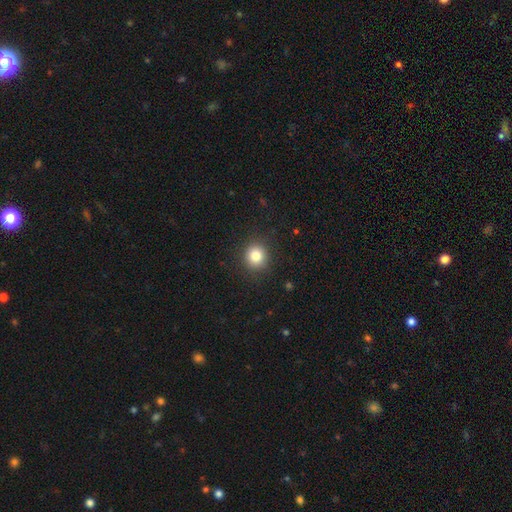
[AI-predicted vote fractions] A smooth galaxy with no disk features (83%) that is round (88%).

Vote fractions:
- Smooth or featured? smooth: 83% / star or artifact: 11% / featured or disk: 6%
- How rounded? round: 88% / in between: 11% / cigar-shaped: 1%
- Merging? none: 90% / minor disturbance: 7% / major disturbance: 2% / merger: 1%